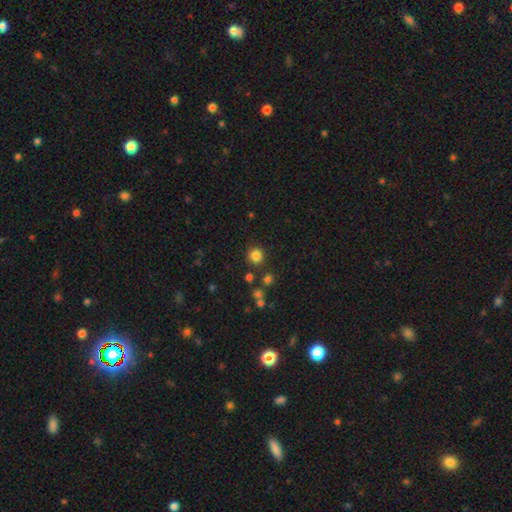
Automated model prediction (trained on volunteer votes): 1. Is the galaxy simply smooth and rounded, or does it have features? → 82% smooth, 13% star or artifact, 4% featured or disk.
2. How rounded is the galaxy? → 92% round, 7% in between, 1% cigar-shaped.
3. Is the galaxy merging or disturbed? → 87% none, 7% minor disturbance, 4% merger, 3% major disturbance.